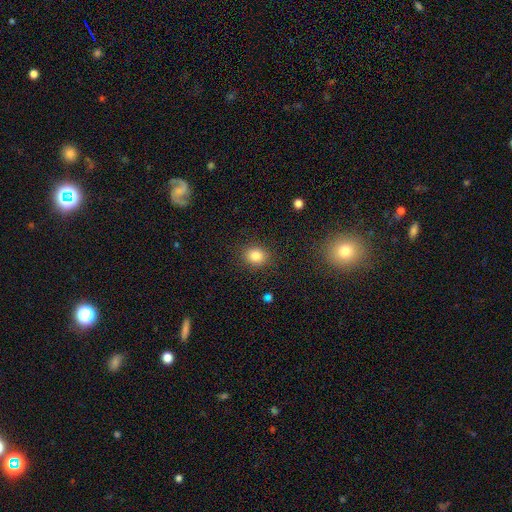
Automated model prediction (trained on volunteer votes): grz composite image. It shows a smooth galaxy with no disk features (83%) that is round (63%). Merging: none (87%).